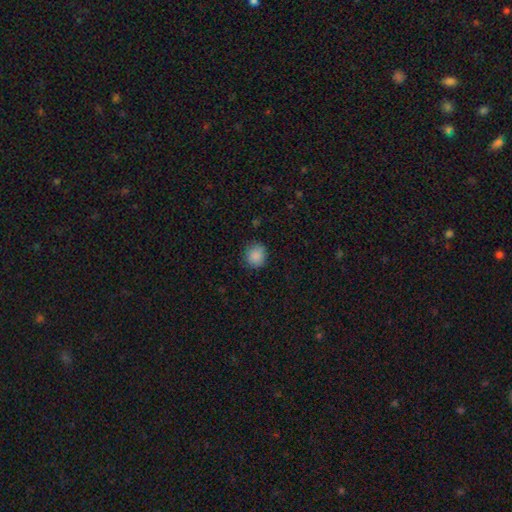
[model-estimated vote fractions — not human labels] The model was most divided on "merging": none: 83%, minor disturbance: 13%, major disturbance: 3%, merger: 1%. More confident: smooth or featured — smooth (88%); how rounded — round (85%).